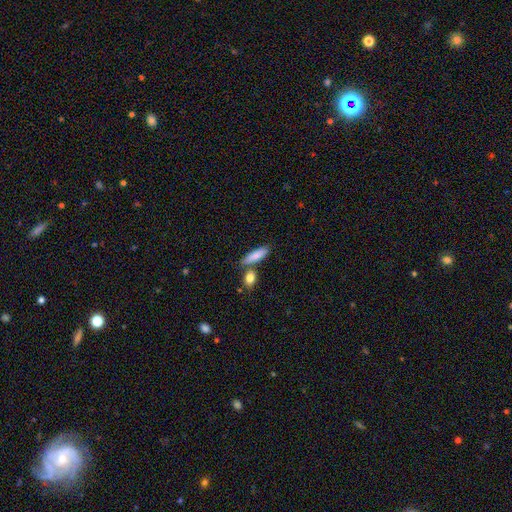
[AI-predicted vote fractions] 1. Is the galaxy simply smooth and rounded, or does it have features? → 80% smooth, 14% featured or disk, 6% star or artifact.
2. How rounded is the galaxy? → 52% cigar-shaped, 44% in between, 4% round.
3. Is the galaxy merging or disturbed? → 66% none, 20% merger, 11% minor disturbance, 3% major disturbance.